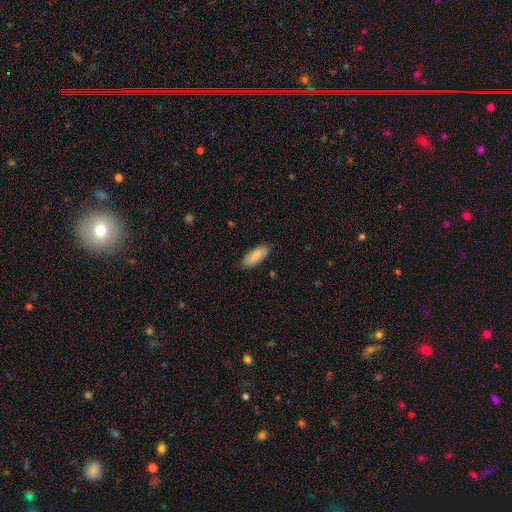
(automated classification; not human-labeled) This is clearly a smooth galaxy (83%). How rounded: likely in between (79%). Merging: clearly none (84%).